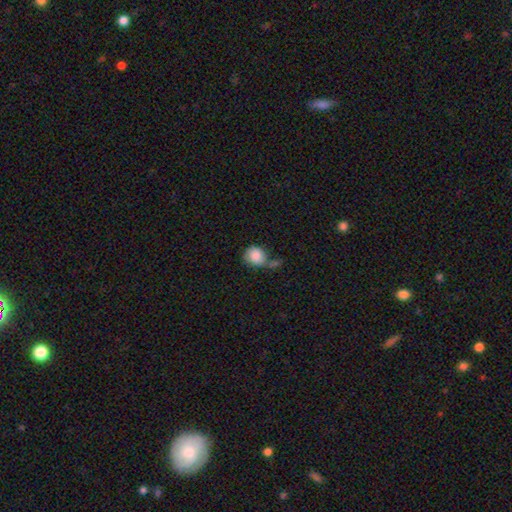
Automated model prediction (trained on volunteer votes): Morphology: type=smooth (83%); roundness=round (72%); merging=none (31%).